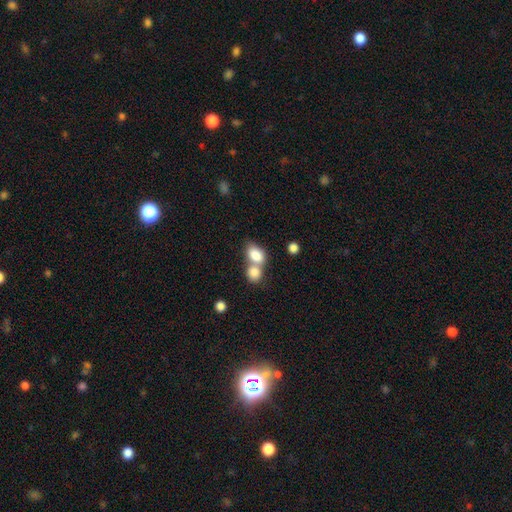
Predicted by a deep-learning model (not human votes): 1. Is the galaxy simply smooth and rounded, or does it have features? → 83% smooth, 10% featured or disk, 8% star or artifact.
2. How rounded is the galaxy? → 75% in between, 24% round, 2% cigar-shaped.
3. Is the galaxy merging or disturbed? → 63% merger, 26% none, 7% minor disturbance, 4% major disturbance.